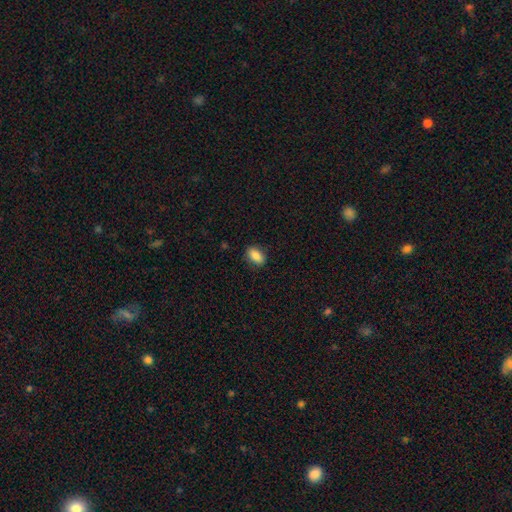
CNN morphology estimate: Smooth or featured: smooth — 86% (star or artifact — 8%)
How rounded: in between — 89% (round — 9%)
Merging: none — 86% (minor disturbance — 10%)